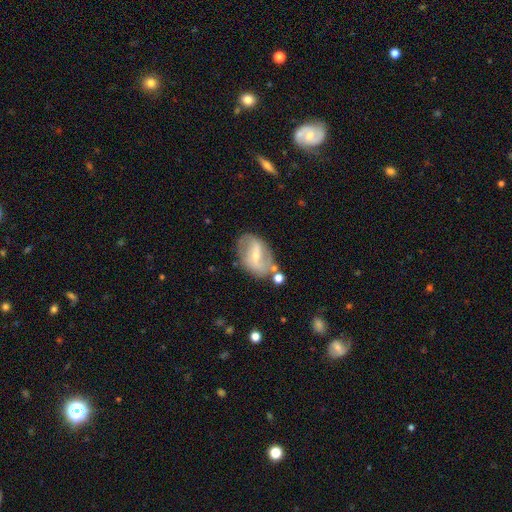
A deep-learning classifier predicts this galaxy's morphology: The model was most divided on "bar": strong: 43%, weak: 40%, no: 18%. More confident: edge-on disk — no (94%); spiral arms — yes (72%); smooth or featured — featured or disk (68%); merging — none (66%); bulge size — small (62%).